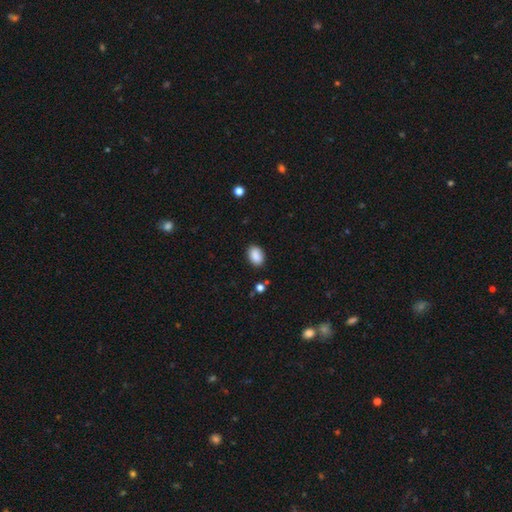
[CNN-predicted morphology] This appears to be a smooth galaxy with no disk features (88%) that is in between round and cigar-shaped (84%). Merging: none (85%).